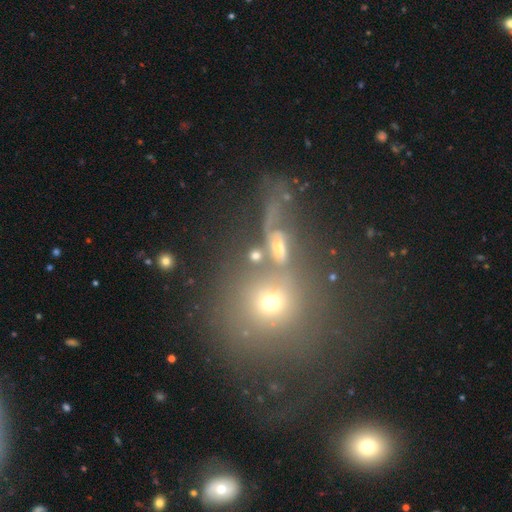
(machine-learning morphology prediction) Overall: smooth (60%; featured or disk 21%). How rounded: round (65%; in between 30%). Merging: none (44%; merger 32%).